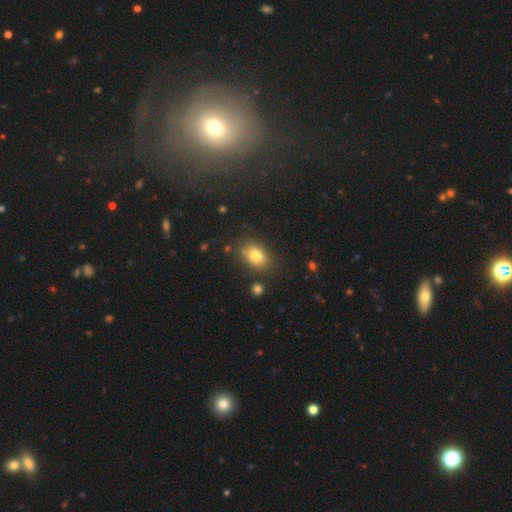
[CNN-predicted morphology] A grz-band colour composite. It shows a smooth galaxy with no disk features (79%) that is in between round and cigar-shaped (71%). Merging: none (77%).